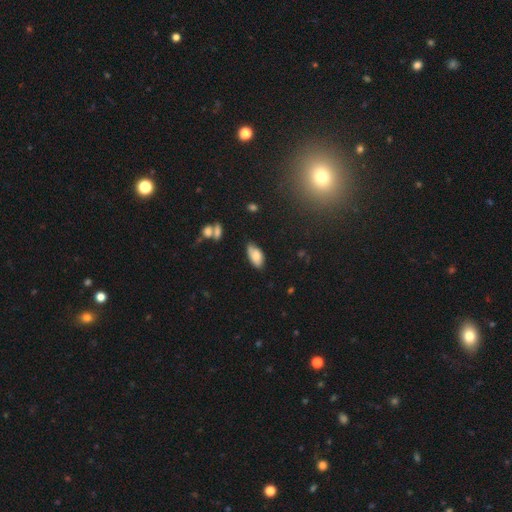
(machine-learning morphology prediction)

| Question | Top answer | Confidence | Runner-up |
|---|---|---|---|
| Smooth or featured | smooth | 77% | featured or disk (15%) |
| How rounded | in between | 92% | cigar-shaped (5%) |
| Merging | none | 57% | minor disturbance (33%) |